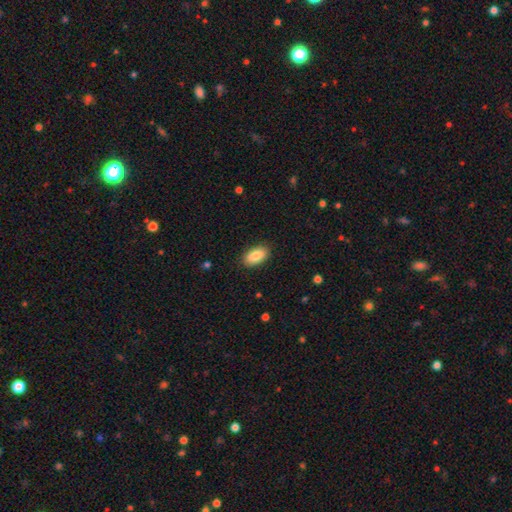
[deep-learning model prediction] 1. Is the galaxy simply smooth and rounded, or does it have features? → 86% smooth, 7% featured or disk, 7% star or artifact.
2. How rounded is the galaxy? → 93% in between, 3% round, 3% cigar-shaped.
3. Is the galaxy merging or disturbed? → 88% none, 9% minor disturbance, 2% major disturbance, 1% merger.